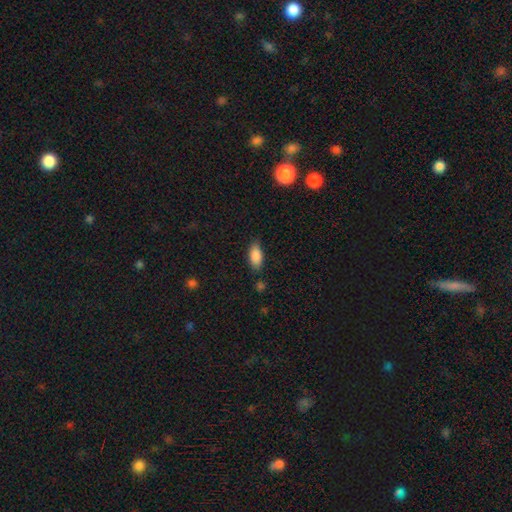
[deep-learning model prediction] smooth 87%, star or artifact 7%, featured or disk 6%. Down the decision tree: how rounded — in between (89%); merging — none (77%).